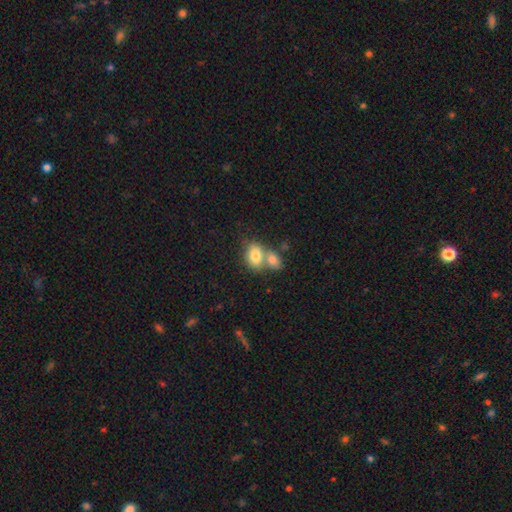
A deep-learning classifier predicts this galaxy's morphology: type=smooth (80%); roundness=in between (80%); merging=merger (57%).